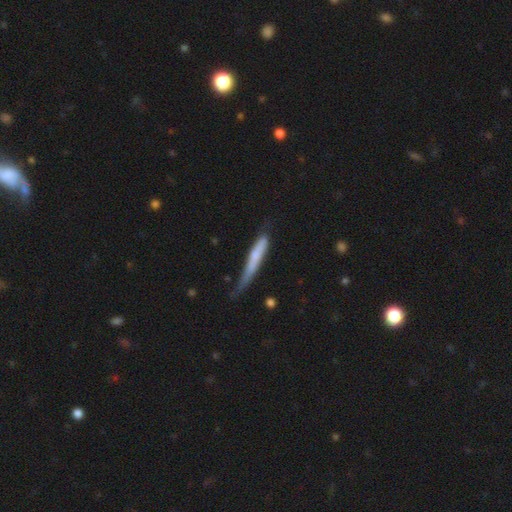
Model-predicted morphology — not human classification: Smooth or featured? Predicted: smooth (p=0.62). How rounded? Predicted: cigar-shaped (p=0.93). Merging? Predicted: none (p=0.45).